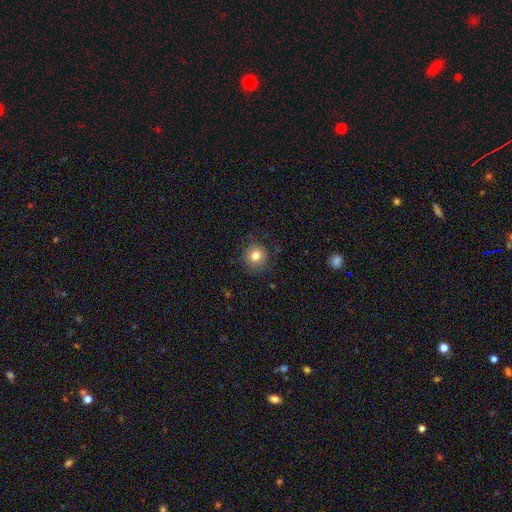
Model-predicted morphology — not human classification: Overall: smooth (79%). How rounded: round (90%). Merging: none (85%).